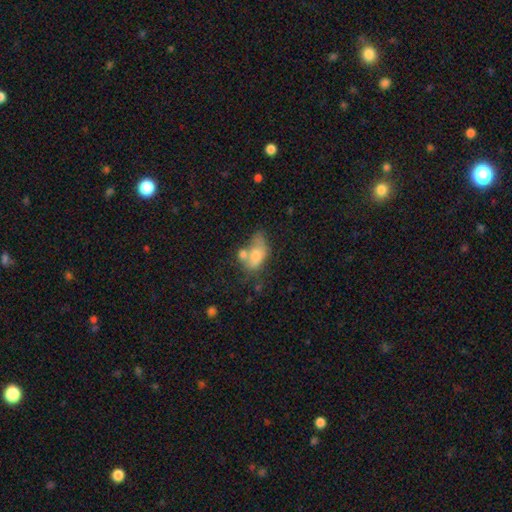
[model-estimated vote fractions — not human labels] Smooth or featured: smooth — 66% (featured or disk — 24%)
How rounded: in between — 86% (round — 10%)
Merging: merger — 35% (none — 25%)